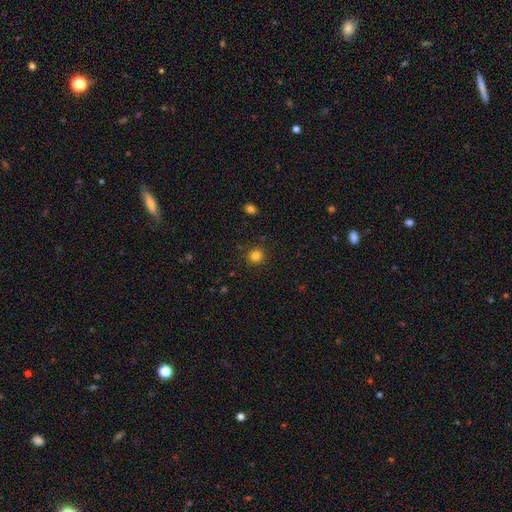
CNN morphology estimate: Smooth or featured? smooth (82%)
How rounded? round (92%)
Merging? none (90%)